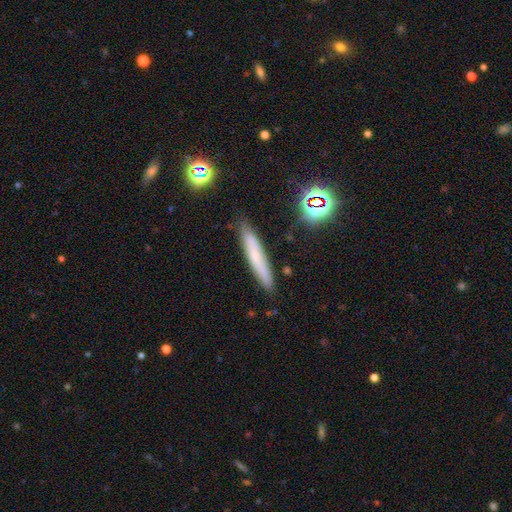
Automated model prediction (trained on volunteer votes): Morphology: type=smooth (62%); roundness=cigar-shaped (93%); merging=none (87%).